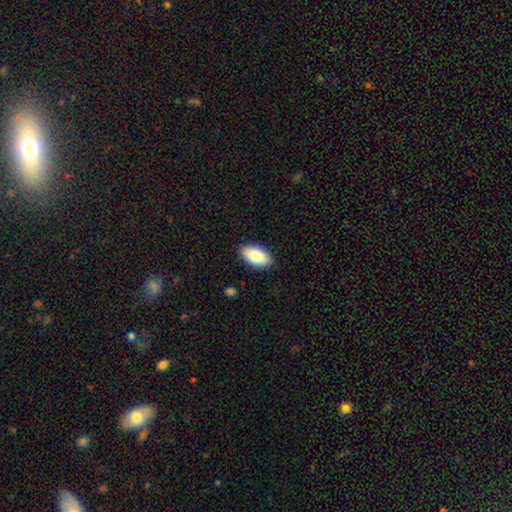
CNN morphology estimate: Smooth or featured?
  - smooth: 82% *
  - featured or disk: 11%
  - star or artifact: 6%
How rounded?
  - in between: 95% *
  - round: 3%
  - cigar-shaped: 2%
Merging?
  - none: 88% *
  - minor disturbance: 9%
  - major disturbance: 2%
  - merger: 1%